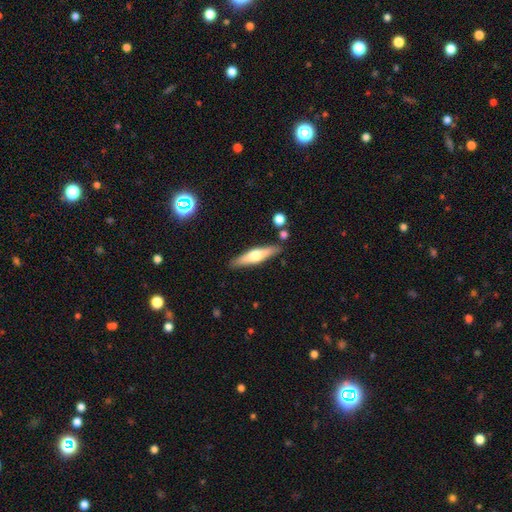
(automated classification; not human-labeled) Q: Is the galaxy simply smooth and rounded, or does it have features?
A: featured or disk — 51%.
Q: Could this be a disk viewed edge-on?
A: yes — 94%.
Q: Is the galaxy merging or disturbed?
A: none — 86%.